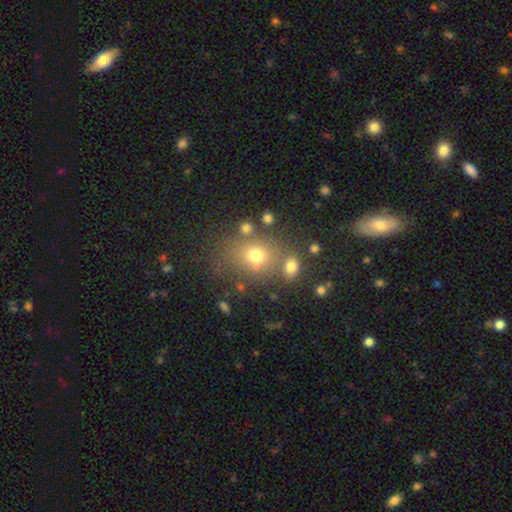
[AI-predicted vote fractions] smooth_or_featured: smooth (p=0.67) [alt: star or artifact p=0.19]
how_rounded: round (p=0.56) [alt: in between p=0.42]
merging: none (p=0.62) [alt: merger p=0.18]